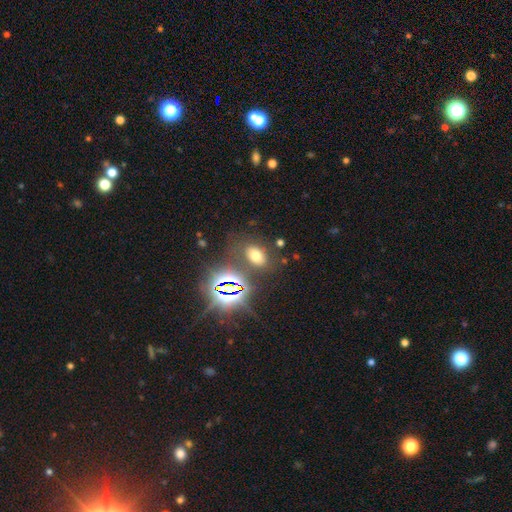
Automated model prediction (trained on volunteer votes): Morphology: type=smooth (57%); roundness=in between (80%); merging=none (75%).